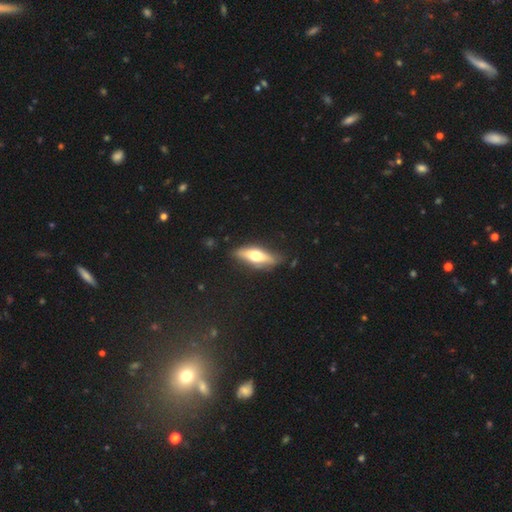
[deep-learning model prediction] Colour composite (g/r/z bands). It shows a smooth galaxy with no disk features (48%). Merging: none (80%).